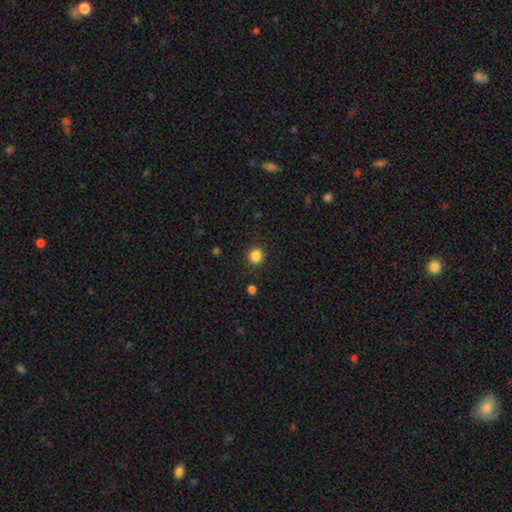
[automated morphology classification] Overall: smooth (85%). How rounded: round (92%). Merging: none (90%).